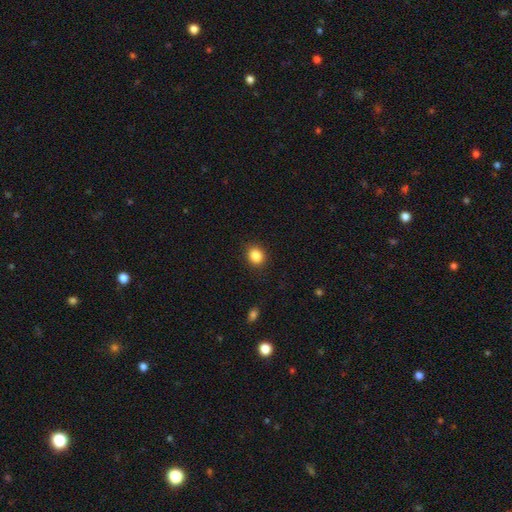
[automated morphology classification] Overall: smooth (86%). How rounded: round (70%). Merging: none (89%).